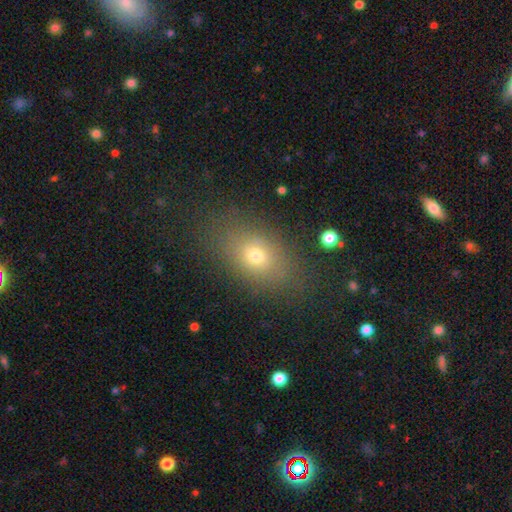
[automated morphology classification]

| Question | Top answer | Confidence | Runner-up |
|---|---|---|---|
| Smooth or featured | smooth | 69% | featured or disk (16%) |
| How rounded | in between | 76% | round (21%) |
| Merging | none | 79% | minor disturbance (13%) |